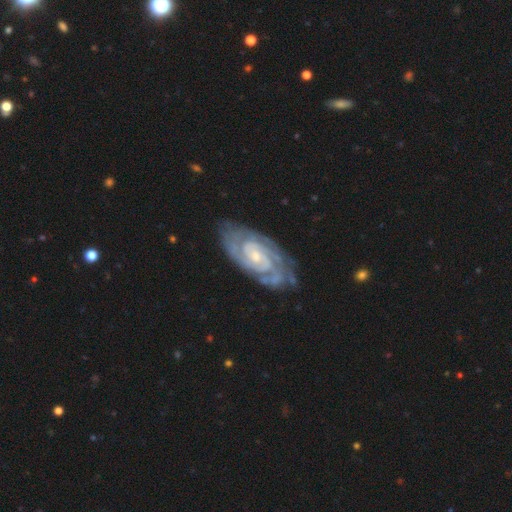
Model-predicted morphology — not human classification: smooth_or_featured: featured or disk (p=0.91) [alt: smooth p=0.05]
disk_edge_on: no (p=0.96) [alt: yes p=0.04]
bar: no (p=0.62) [alt: weak p=0.29]
has_spiral_arms: yes (p=0.98) [alt: no p=0.02]
spiral_winding: tight (p=0.76) [alt: medium p=0.21]
spiral_arm_count: 2 (p=0.50) [alt: 3 p=0.17]
bulge_size: small (p=0.67) [alt: moderate p=0.29]
merging: none (p=0.75) [alt: minor disturbance p=0.18]